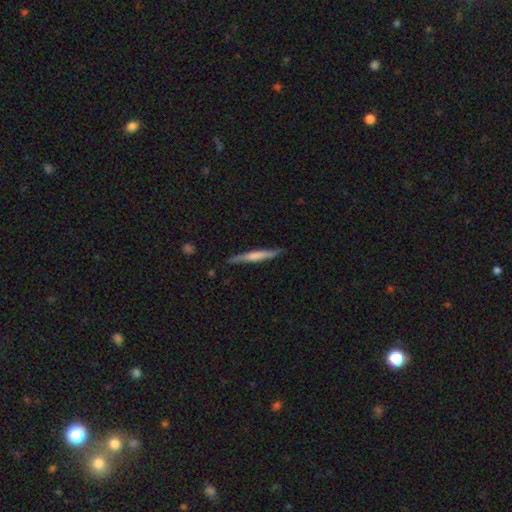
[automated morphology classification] A smooth galaxy with no disk features (50%).

Vote fractions:
- Smooth or featured? smooth: 50% / featured or disk: 45% / star or artifact: 5%
- Merging? none: 85% / minor disturbance: 11% / major disturbance: 2% / merger: 1%